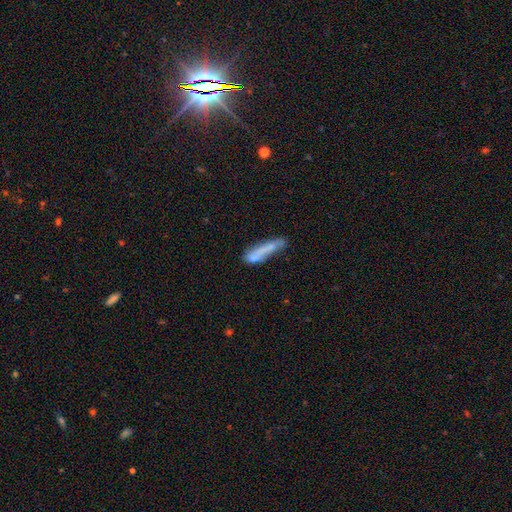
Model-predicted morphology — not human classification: This is likely a smooth galaxy (67%). How rounded: likely cigar-shaped (79%). Merging: marginally none (45%).